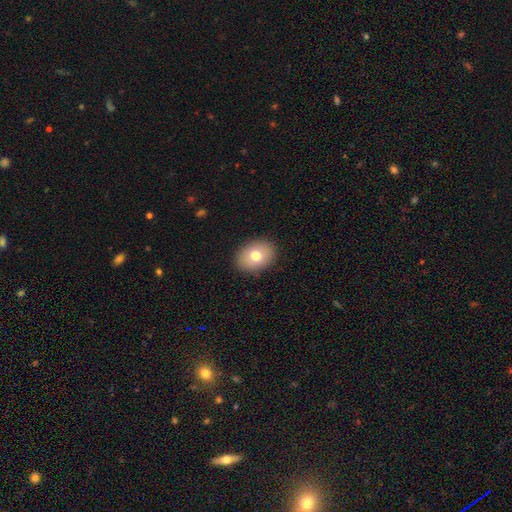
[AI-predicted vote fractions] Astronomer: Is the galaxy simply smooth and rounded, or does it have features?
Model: smooth — 75%.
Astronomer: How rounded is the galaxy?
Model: in between — 68%.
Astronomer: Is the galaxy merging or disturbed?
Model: none — 89%.